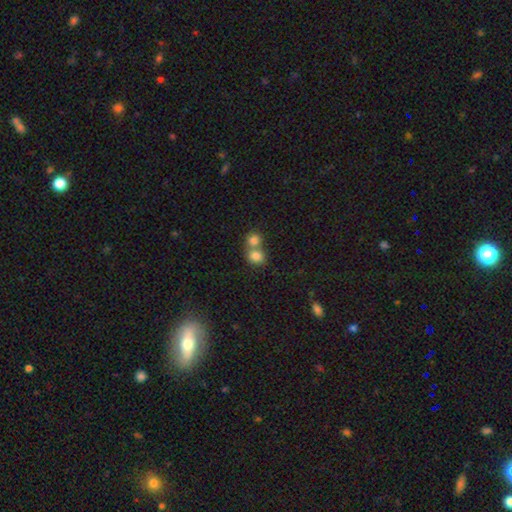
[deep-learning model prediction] A smooth galaxy with no disk features (81%) that is round (63%).

Vote fractions:
- Smooth or featured? smooth: 81% / star or artifact: 10% / featured or disk: 9%
- How rounded? round: 63% / in between: 36% / cigar-shaped: 1%
- Merging? merger: 58% / none: 33% / minor disturbance: 6% / major disturbance: 3%